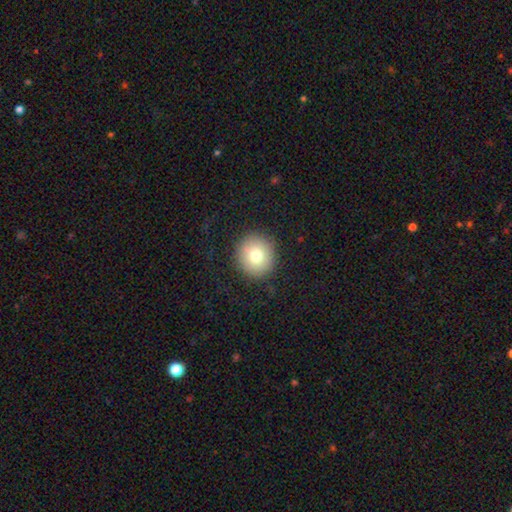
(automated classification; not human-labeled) smooth_or_featured: smooth (p=0.77) [alt: featured or disk p=0.13]
how_rounded: round (p=0.88) [alt: in between p=0.11]
merging: none (p=0.88) [alt: minor disturbance p=0.08]